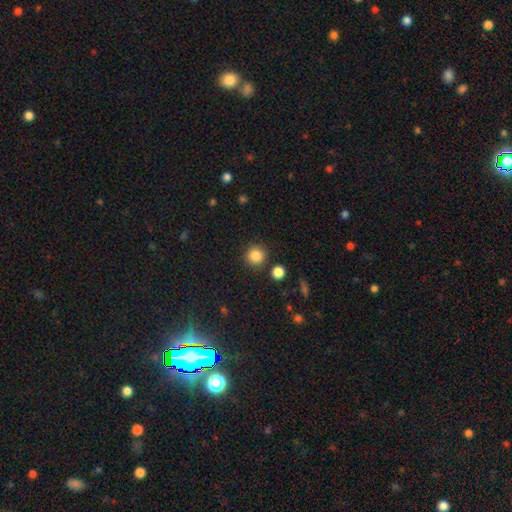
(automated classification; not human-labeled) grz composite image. It shows a smooth galaxy with no disk features (85%) that is round (94%). Merging: none (88%).